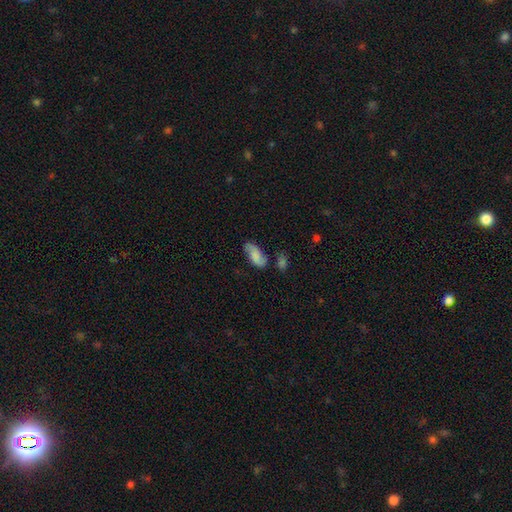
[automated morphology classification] A smooth galaxy with no disk features (57%) that is in between round and cigar-shaped (88%).

Vote fractions:
- Smooth or featured? smooth: 57% / featured or disk: 35% / star or artifact: 8%
- How rounded? in between: 88% / cigar-shaped: 8% / round: 3%
- Merging? none: 60% / minor disturbance: 22% / merger: 10% / major disturbance: 8%